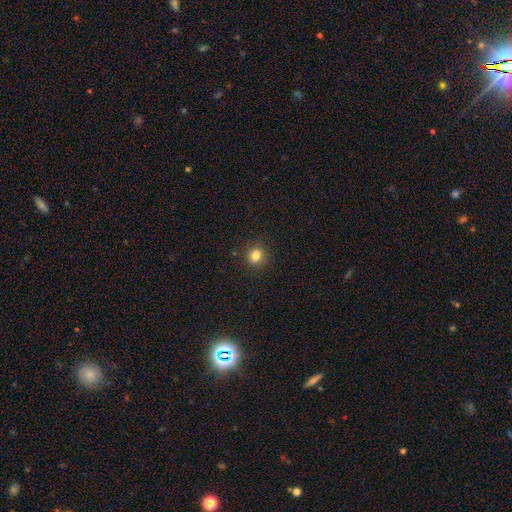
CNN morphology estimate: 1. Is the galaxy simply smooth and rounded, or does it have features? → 83% smooth, 12% star or artifact, 5% featured or disk.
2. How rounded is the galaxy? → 81% round, 18% in between, 1% cigar-shaped.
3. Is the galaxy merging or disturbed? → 89% none, 7% minor disturbance, 2% major disturbance, 1% merger.